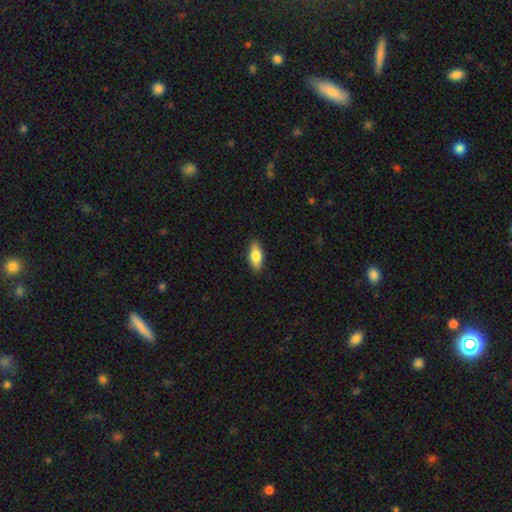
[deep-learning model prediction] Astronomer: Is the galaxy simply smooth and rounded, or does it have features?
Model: smooth — 76%.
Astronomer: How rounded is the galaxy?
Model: in between — 80%.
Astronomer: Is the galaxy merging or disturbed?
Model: none — 89%.